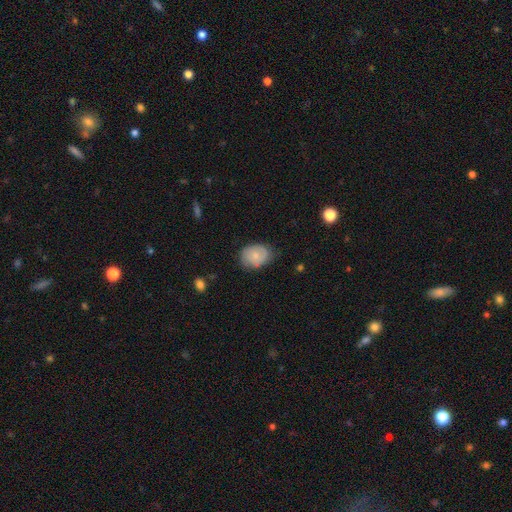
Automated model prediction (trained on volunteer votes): This appears to be a smooth galaxy with no disk features (65%) that is in between round and cigar-shaped (59%). Merging: none (65%).